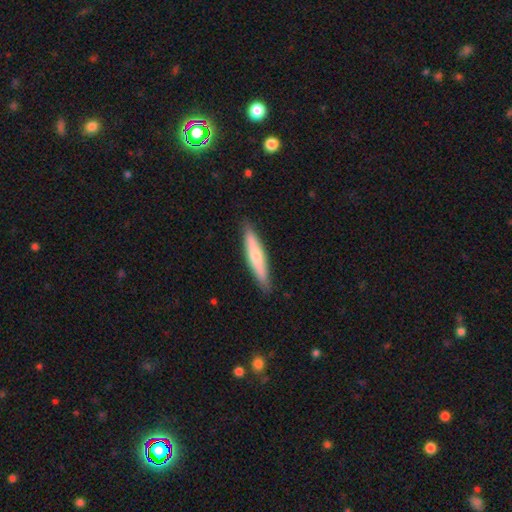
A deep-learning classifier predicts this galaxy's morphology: Smooth or featured: smooth — 58% (featured or disk — 37%)
How rounded: cigar-shaped — 87% (in between — 11%)
Merging: none — 88% (minor disturbance — 9%)